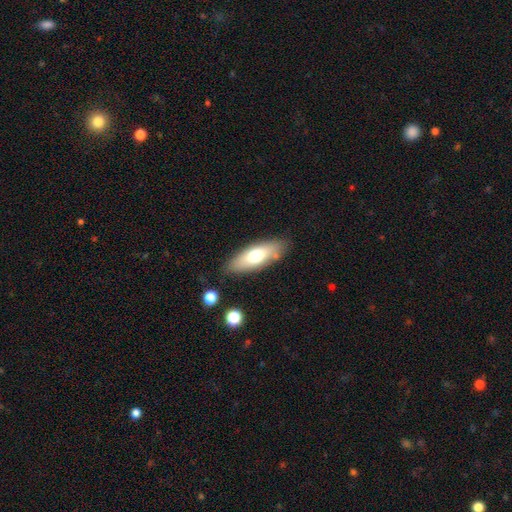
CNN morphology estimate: Q: Smooth or featured?
A: smooth (66%); runner-up: featured or disk (28%)
Q: How rounded?
A: in between (64%); runner-up: cigar-shaped (34%)
Q: Merging?
A: none (82%); runner-up: minor disturbance (12%)